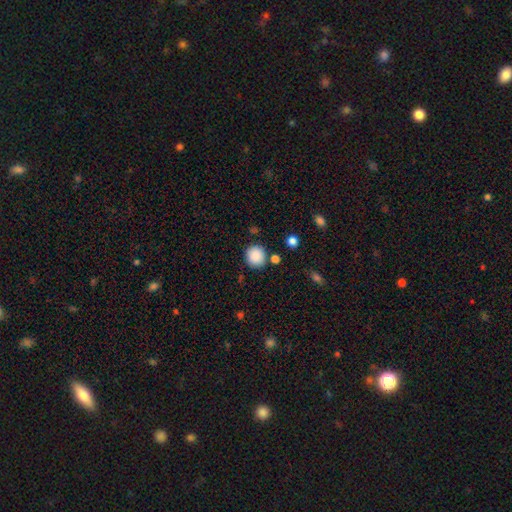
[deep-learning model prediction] Smooth or featured: smooth — 88% (star or artifact — 9%)
How rounded: round — 89% (in between — 10%)
Merging: none — 85% (minor disturbance — 8%)